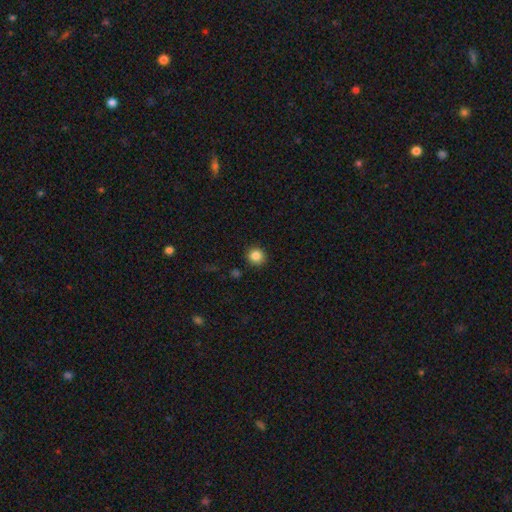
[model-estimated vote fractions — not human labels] Q: Smooth or featured?
A: smooth (85%); runner-up: star or artifact (11%)
Q: How rounded?
A: round (93%); runner-up: in between (6%)
Q: Merging?
A: none (90%); runner-up: minor disturbance (6%)